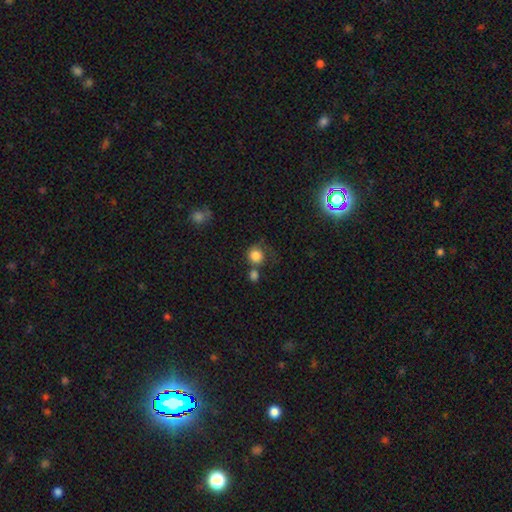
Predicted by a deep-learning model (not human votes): Overall: smooth (82%). How rounded: round (88%). Merging: none (50%; merger 24%).